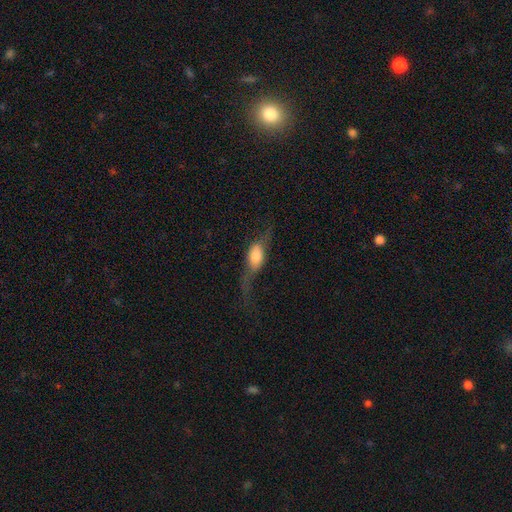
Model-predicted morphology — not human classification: type=featured or disk (47%); merging=none (41%).